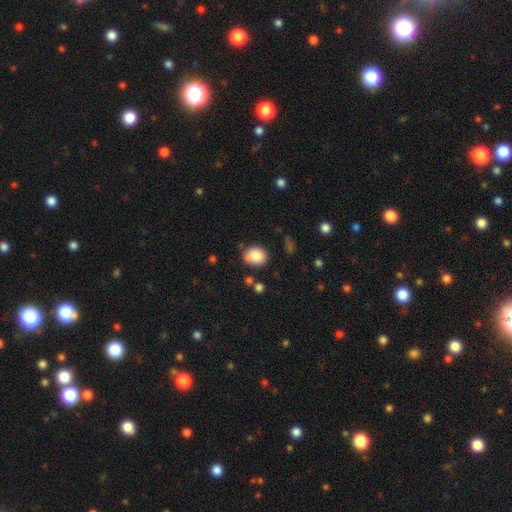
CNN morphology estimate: smooth 84%, star or artifact 9%, featured or disk 7%. Down the decision tree: how rounded — round (61%); merging — none (72%).